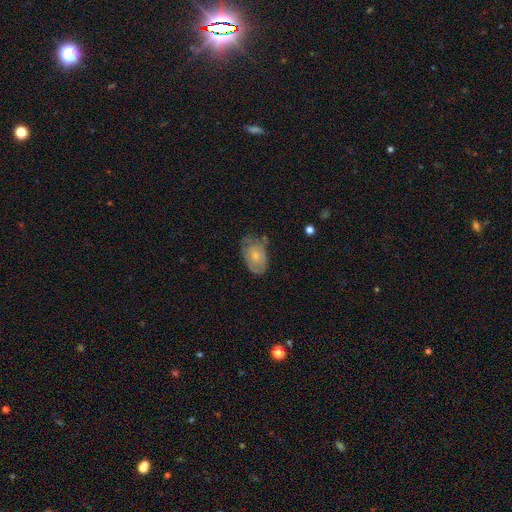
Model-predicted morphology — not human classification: Smooth or featured? Predicted: smooth (p=0.53). How rounded? Predicted: in between (p=0.85). Merging? Predicted: none (p=0.49).